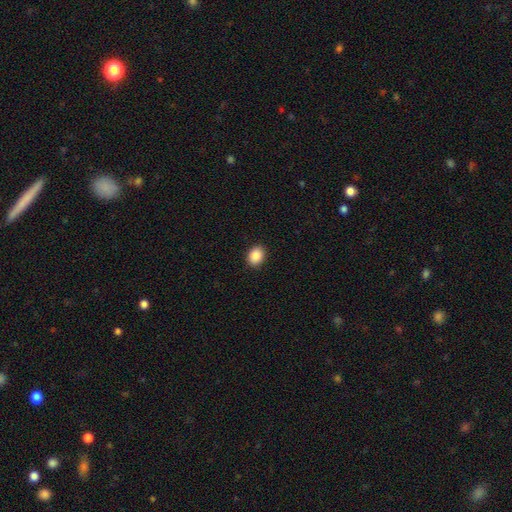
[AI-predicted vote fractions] Morphology: type=smooth (89%); roundness=in between (62%); merging=none (91%).